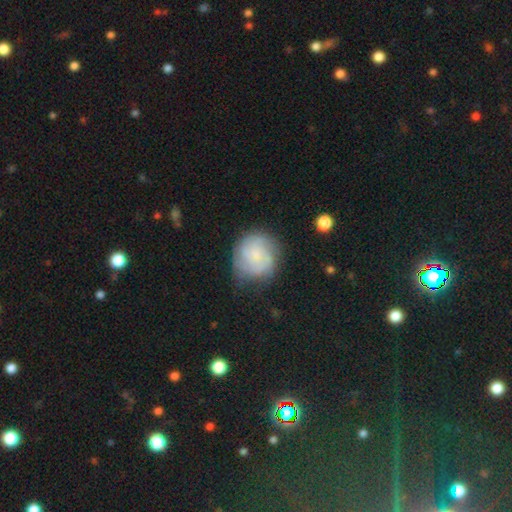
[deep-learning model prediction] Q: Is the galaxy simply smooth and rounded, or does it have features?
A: featured or disk — 61%.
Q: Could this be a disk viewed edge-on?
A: no — 98%.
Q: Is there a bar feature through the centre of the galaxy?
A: no — 76%.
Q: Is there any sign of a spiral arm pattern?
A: yes — 92%.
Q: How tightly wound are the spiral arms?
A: tight — 59%.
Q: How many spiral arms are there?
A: can't tell — 32%.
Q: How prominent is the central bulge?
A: small — 63%.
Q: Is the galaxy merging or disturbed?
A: none — 72%.